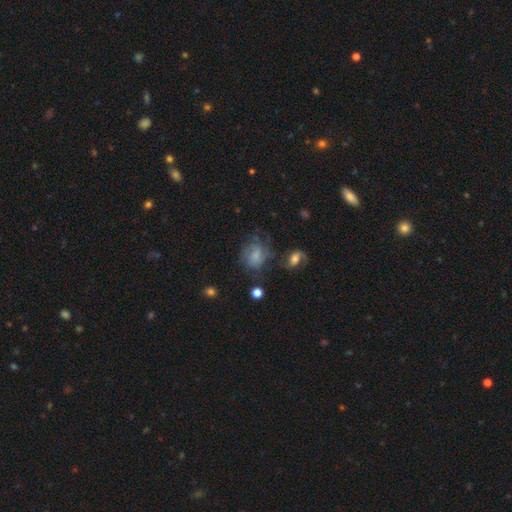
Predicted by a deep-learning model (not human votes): This is possibly a featured or disk galaxy (45%). Merging: possibly none (52%).